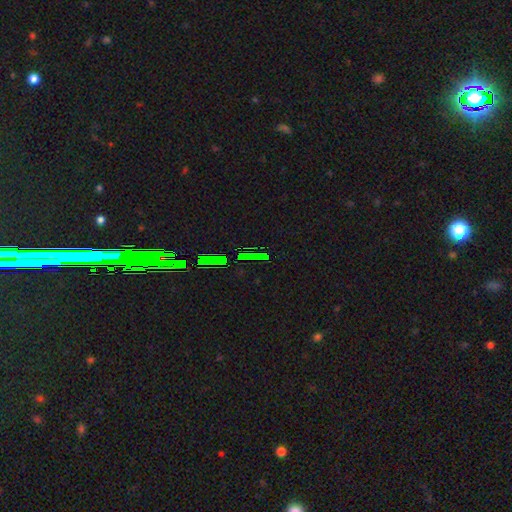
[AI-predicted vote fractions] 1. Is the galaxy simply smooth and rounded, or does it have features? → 78% star or artifact, 11% featured or disk, 10% smooth.